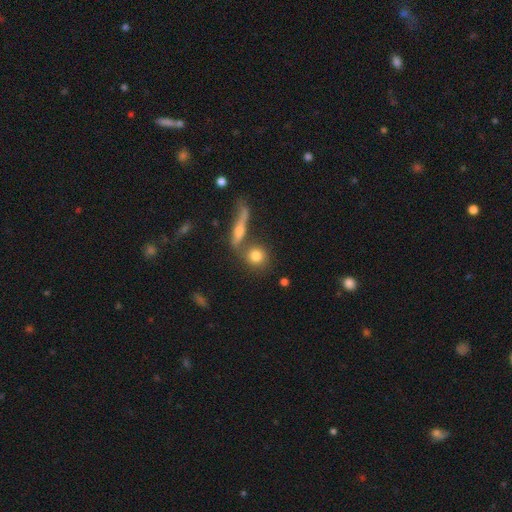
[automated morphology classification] A smooth galaxy with no disk features (74%) that is round (78%).

Vote fractions:
- Smooth or featured? smooth: 74% / featured or disk: 17% / star or artifact: 10%
- How rounded? round: 78% / in between: 15% / cigar-shaped: 6%
- Merging? none: 59% / merger: 25% / minor disturbance: 10% / major disturbance: 5%